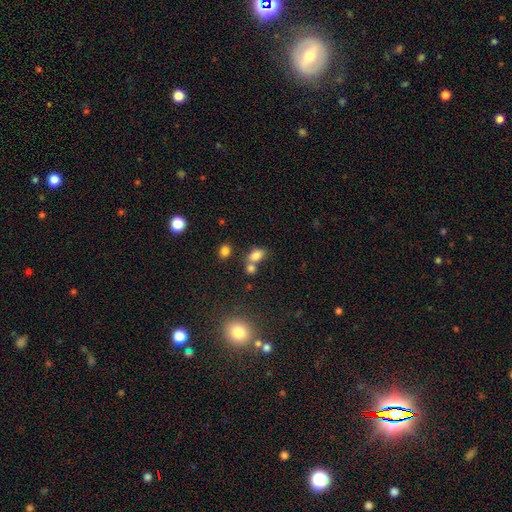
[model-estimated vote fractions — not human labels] smooth 80%, star or artifact 13%, featured or disk 8%. Down the decision tree: how rounded — in between (83%); merging — none (44%).